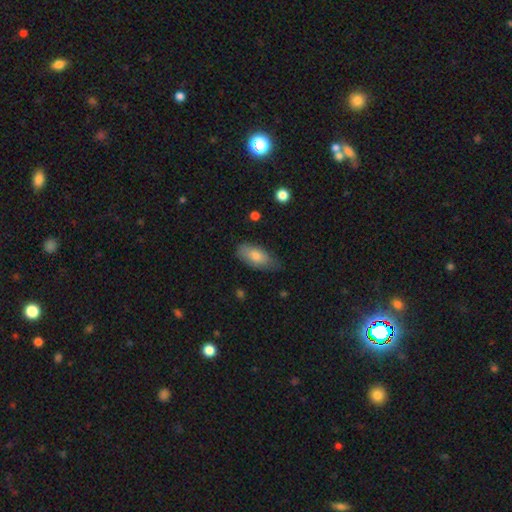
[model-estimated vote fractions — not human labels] Overall: smooth (76%). How rounded: in between (87%). Merging: none (68%).